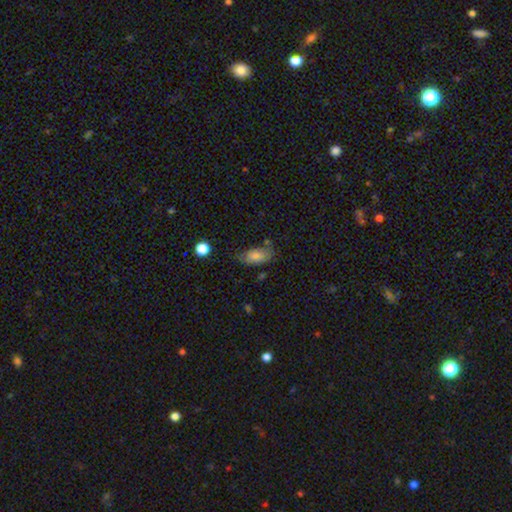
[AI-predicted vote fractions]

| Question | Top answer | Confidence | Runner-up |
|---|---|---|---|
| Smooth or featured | smooth | 79% | featured or disk (13%) |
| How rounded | in between | 89% | cigar-shaped (7%) |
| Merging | none | 61% | minor disturbance (26%) |